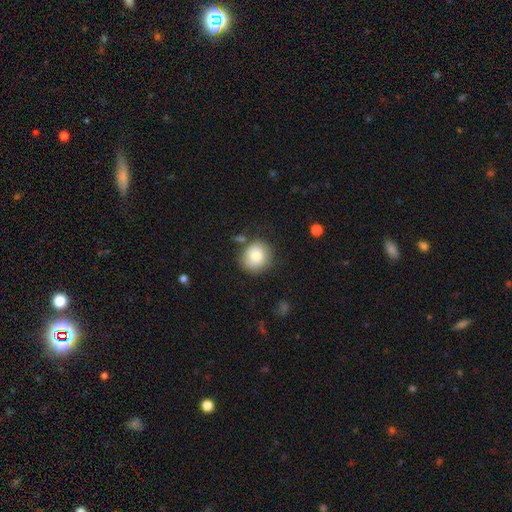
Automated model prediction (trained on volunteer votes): Smooth or featured: smooth — 80% (featured or disk — 12%)
How rounded: round — 86% (in between — 13%)
Merging: none — 75% (minor disturbance — 15%)